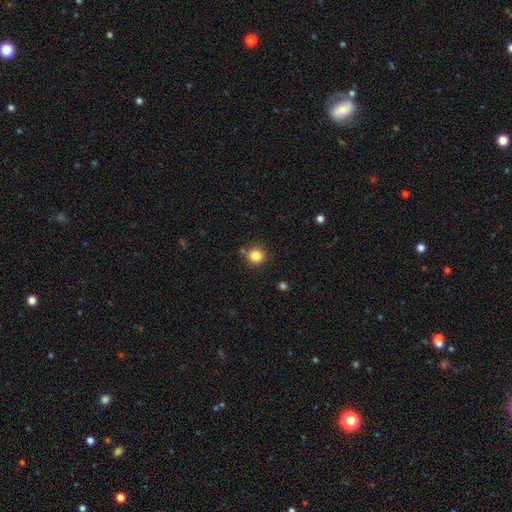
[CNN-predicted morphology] smooth-or-featured: smooth: 84% | star or artifact: 11% | featured or disk: 5%
  how-rounded: round: 92% | in between: 7% | cigar-shaped: 1%
  merging: none: 83% | minor disturbance: 9% | merger: 5% | major disturbance: 3%